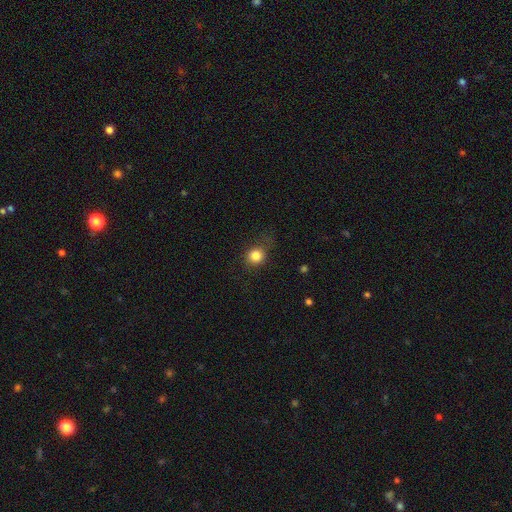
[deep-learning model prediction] Smooth or featured? smooth (82%)
How rounded? round (84%)
Merging? none (71%)